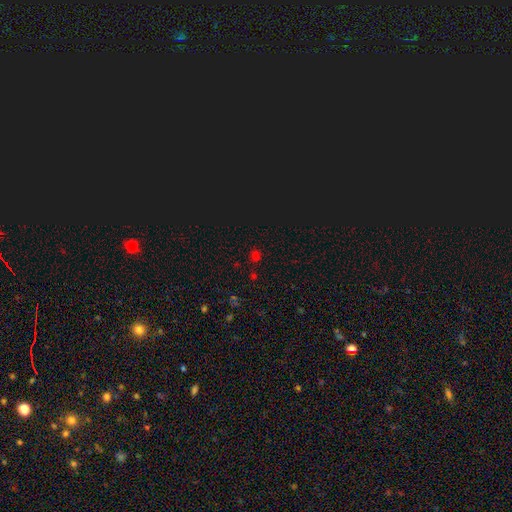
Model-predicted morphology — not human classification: type=smooth (54%); roundness=round (82%); merging=none (83%).